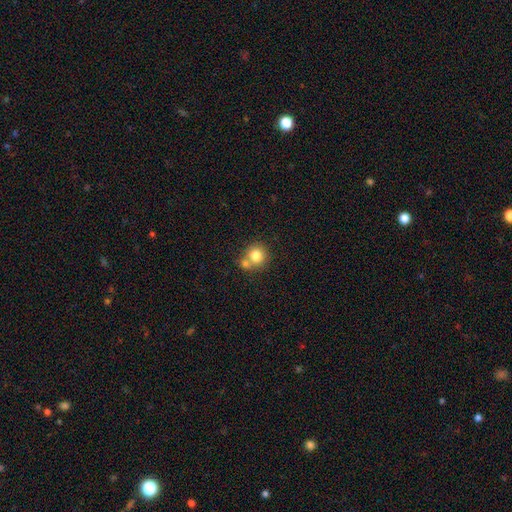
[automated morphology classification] This appears to be a smooth galaxy with no disk features (79%) that is round (88%). Merging: none (49%).